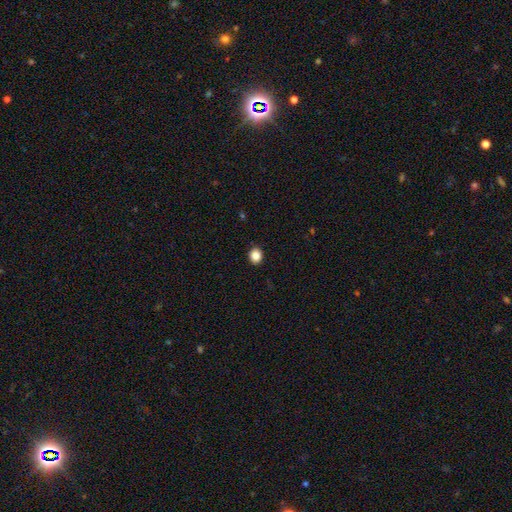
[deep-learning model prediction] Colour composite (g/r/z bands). It shows a smooth galaxy with no disk features (86%) that is round (69%). Merging: none (92%).